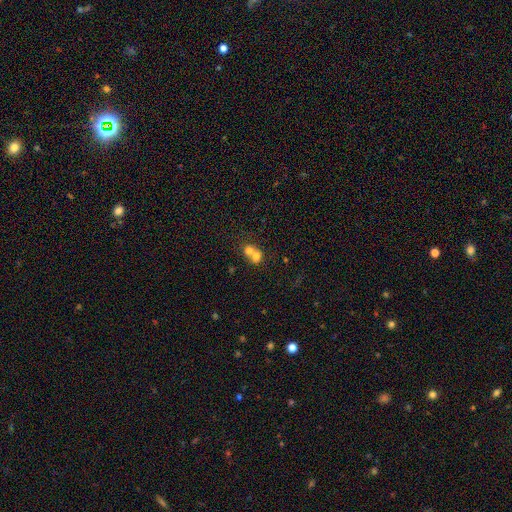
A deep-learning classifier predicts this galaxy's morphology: Smooth or featured? smooth (68%)
How rounded? round (66%)
Merging? merger (71%)